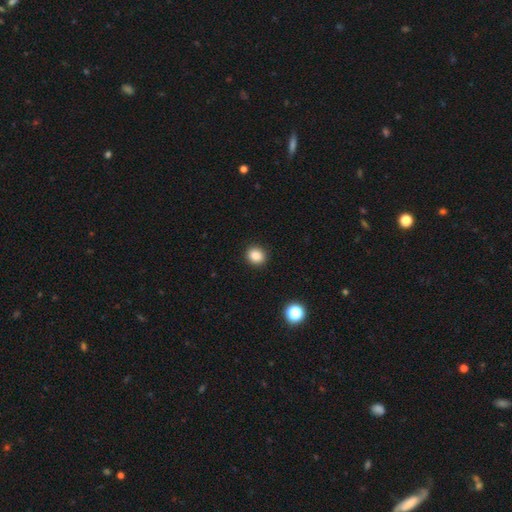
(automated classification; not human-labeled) smooth 87%, star or artifact 10%, featured or disk 3%. Down the decision tree: how rounded — round (73%); merging — none (91%).